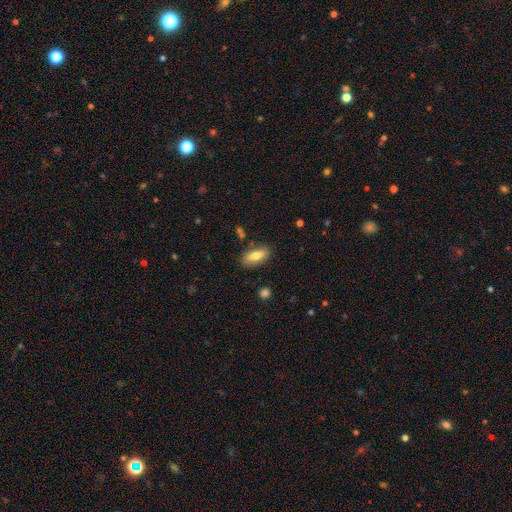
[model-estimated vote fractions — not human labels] Smooth or featured? smooth (74%)
How rounded? in between (79%)
Merging? none (83%)